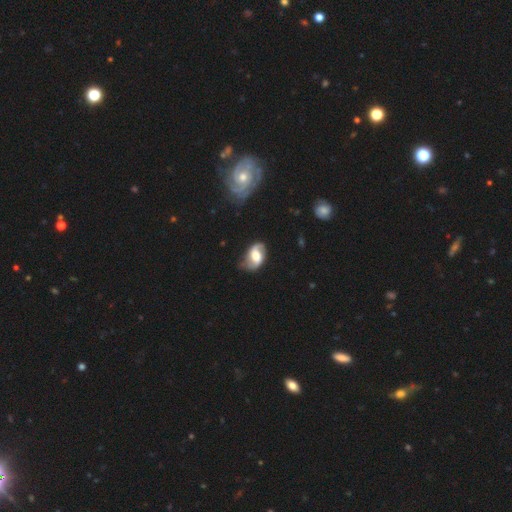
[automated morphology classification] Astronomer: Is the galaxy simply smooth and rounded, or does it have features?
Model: featured or disk — 75%.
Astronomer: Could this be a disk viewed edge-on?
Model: no — 97%.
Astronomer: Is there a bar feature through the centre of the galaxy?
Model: weak — 44% (runner-up: no, 37%).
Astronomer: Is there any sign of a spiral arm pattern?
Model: yes — 91%.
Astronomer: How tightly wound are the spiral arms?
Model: loose — 49% (runner-up: medium, 37%).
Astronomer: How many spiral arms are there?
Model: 2 — 88%.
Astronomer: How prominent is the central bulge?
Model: moderate — 50% (runner-up: large, 32%).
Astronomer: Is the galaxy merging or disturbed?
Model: none — 64%.